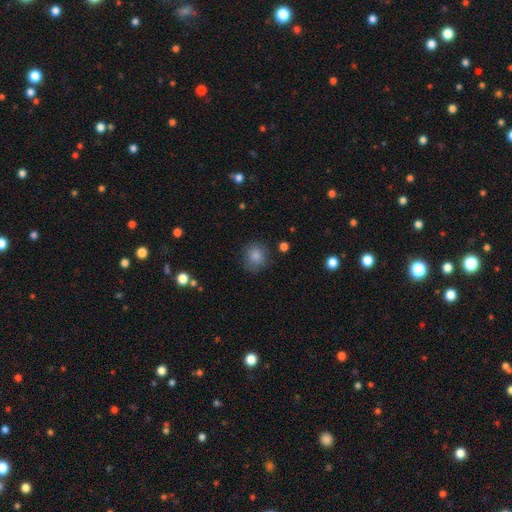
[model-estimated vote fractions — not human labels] Overall: smooth (85%). How rounded: round (88%). Merging: none (82%).